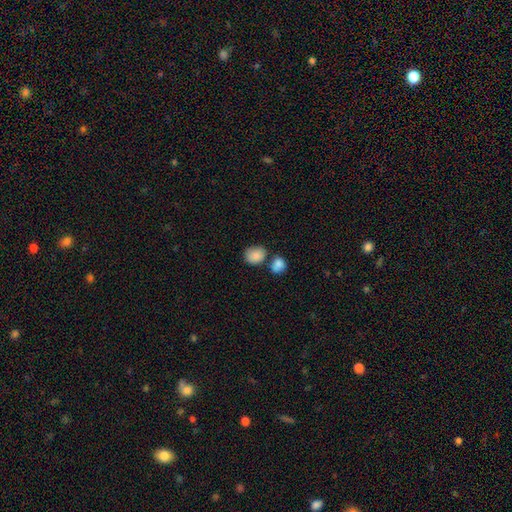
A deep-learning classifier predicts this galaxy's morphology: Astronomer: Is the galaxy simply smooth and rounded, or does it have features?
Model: smooth — 87%.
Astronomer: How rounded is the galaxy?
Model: round — 52% (runner-up: in between, 47%).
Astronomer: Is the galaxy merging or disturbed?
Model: none — 56%.